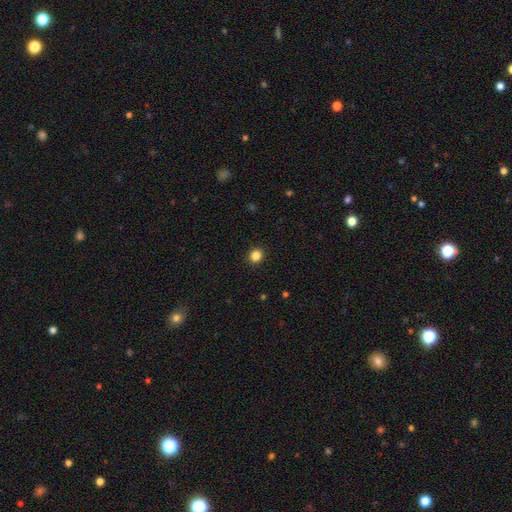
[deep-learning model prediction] Morphology: type=smooth (85%); roundness=round (85%); merging=none (92%).